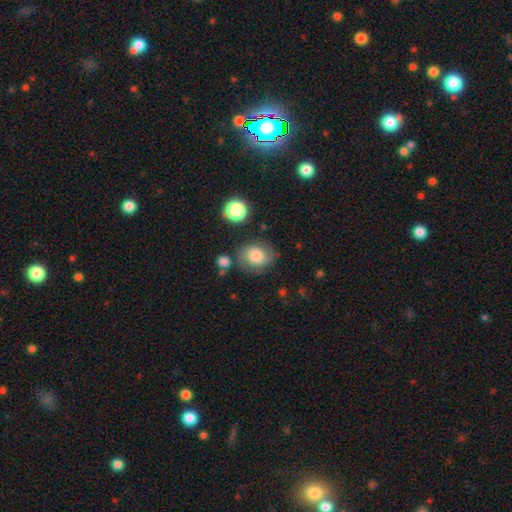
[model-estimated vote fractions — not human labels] smooth_or_featured: smooth (p=0.74) [alt: featured or disk p=0.16]
how_rounded: round (p=0.63) [alt: in between p=0.36]
merging: none (p=0.67) [alt: minor disturbance p=0.21]